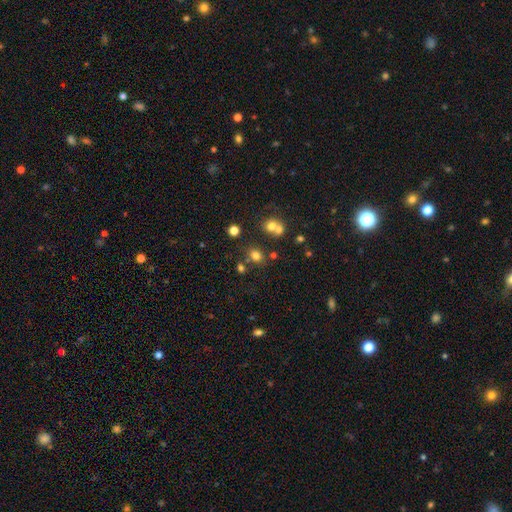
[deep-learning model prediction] Smooth or featured? Predicted: smooth (p=0.73). How rounded? Predicted: round (p=0.59). Merging? Predicted: none (p=0.69).